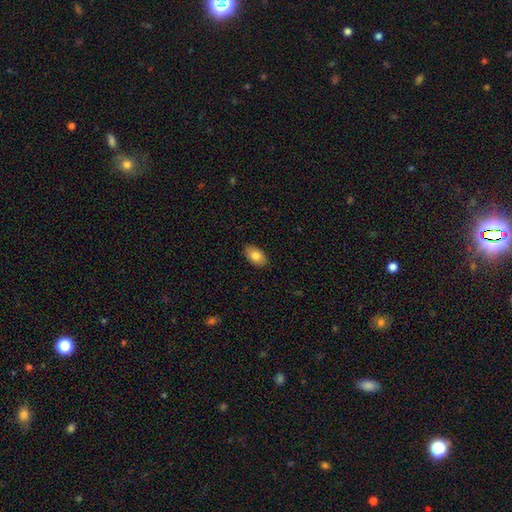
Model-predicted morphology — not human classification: Smooth or featured? smooth (82%)
How rounded? in between (91%)
Merging? none (86%)